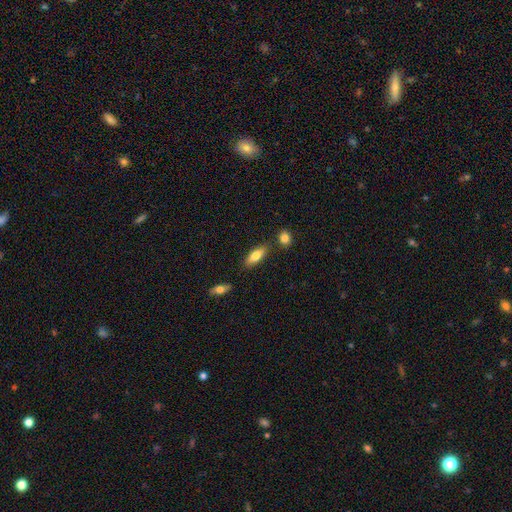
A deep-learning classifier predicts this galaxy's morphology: Smooth or featured? Predicted: smooth (p=0.79). How rounded? Predicted: in between (p=0.74). Merging? Predicted: none (p=0.80).